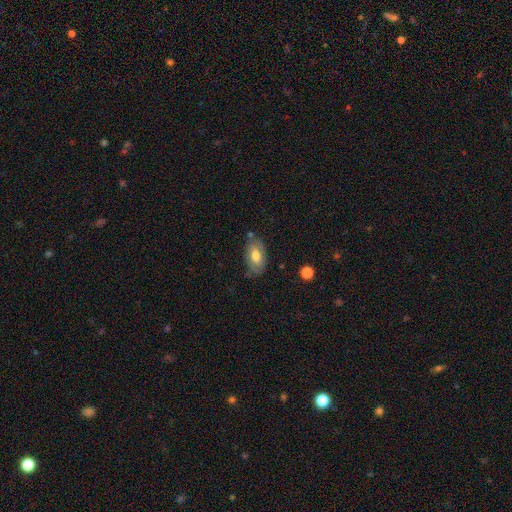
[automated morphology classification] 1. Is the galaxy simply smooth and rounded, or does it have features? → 67% smooth, 26% featured or disk, 7% star or artifact.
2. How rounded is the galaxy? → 93% in between, 4% round, 3% cigar-shaped.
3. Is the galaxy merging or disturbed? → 75% none, 17% minor disturbance, 4% major disturbance, 4% merger.